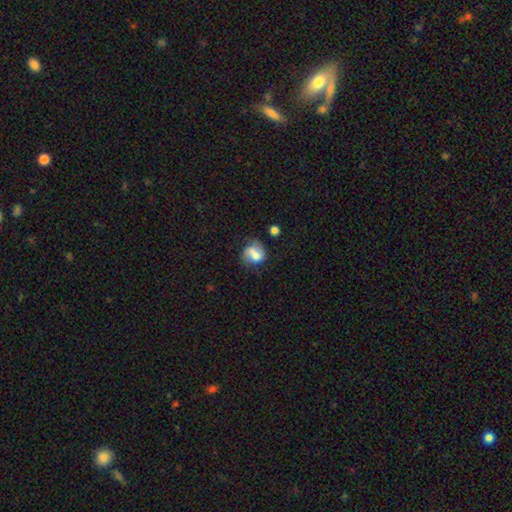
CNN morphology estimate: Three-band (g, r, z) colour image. It shows a smooth galaxy with no disk features (52%) that is round (63%). Merging: none (45%).